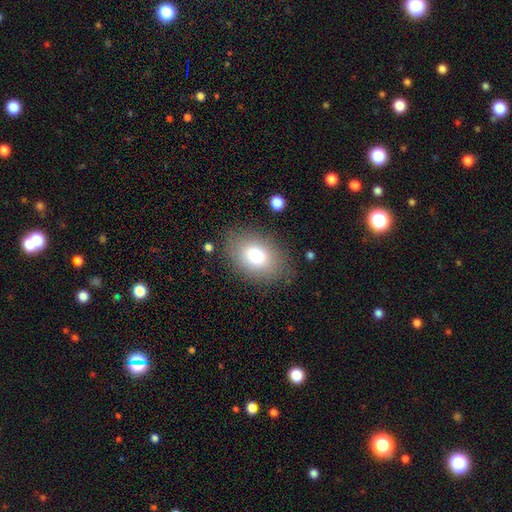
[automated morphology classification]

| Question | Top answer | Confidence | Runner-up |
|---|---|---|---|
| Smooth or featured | smooth | 78% | featured or disk (12%) |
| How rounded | in between | 80% | round (19%) |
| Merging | none | 81% | minor disturbance (12%) |